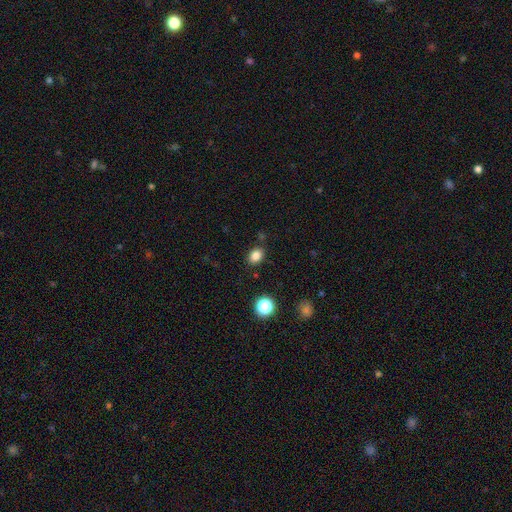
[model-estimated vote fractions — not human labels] smooth 83%, star or artifact 12%, featured or disk 5%. Down the decision tree: how rounded — in between (61%); merging — none (83%).